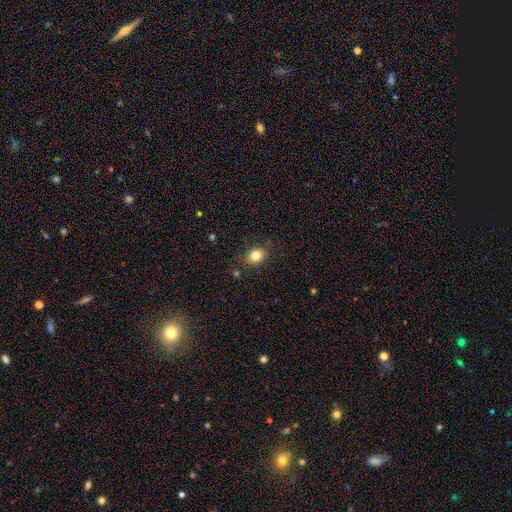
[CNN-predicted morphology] The model was most divided on "how rounded": in between: 51%, round: 48%, cigar-shaped: 1%. More confident: merging — none (84%); smooth or featured — smooth (82%).